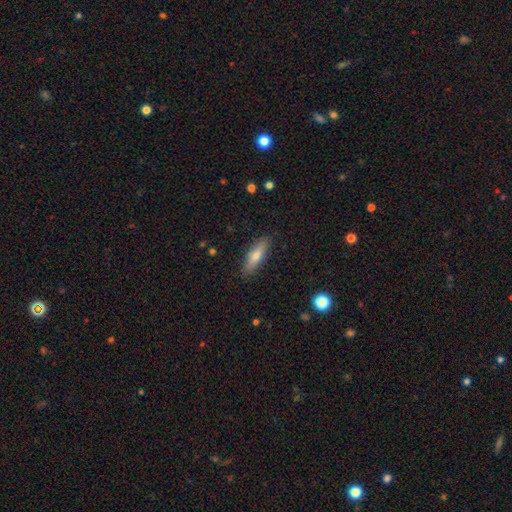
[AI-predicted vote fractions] Smooth or featured? Predicted: smooth (p=0.65). How rounded? Predicted: cigar-shaped (p=0.66). Merging? Predicted: none (p=0.88).